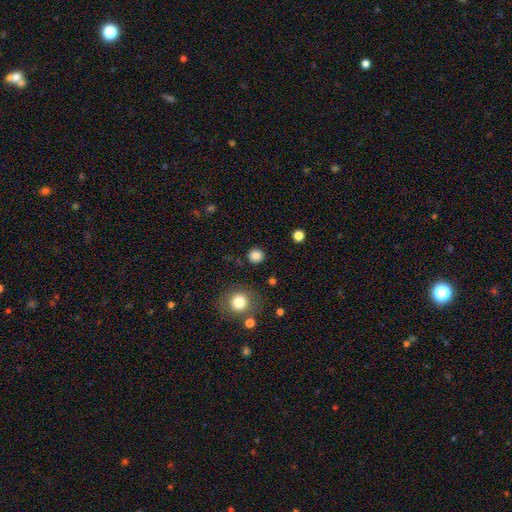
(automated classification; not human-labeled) Smooth or featured? Predicted: smooth (p=0.84). How rounded? Predicted: round (p=0.91). Merging? Predicted: none (p=0.89).